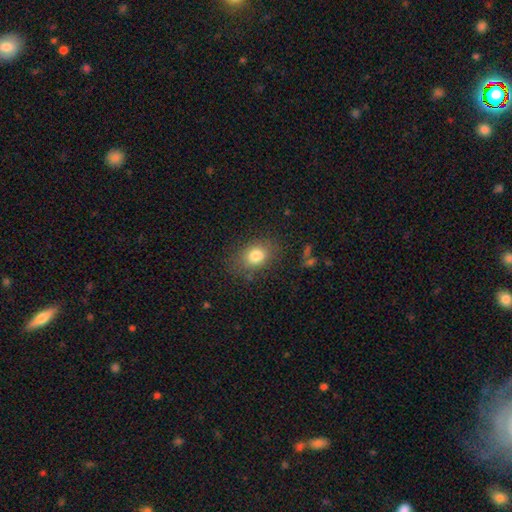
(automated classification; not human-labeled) This is clearly a smooth galaxy (81%). How rounded: likely in between (67%). Merging: likely none (76%).